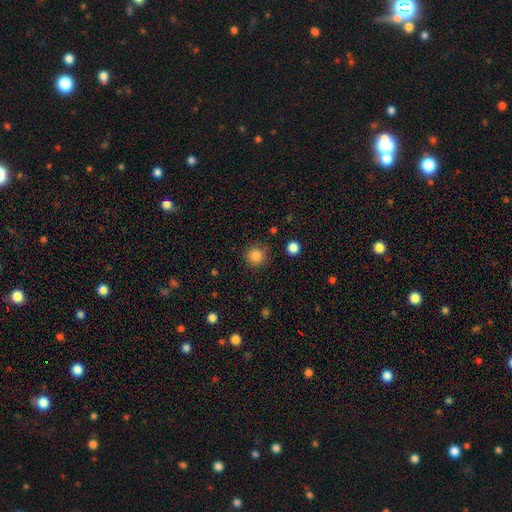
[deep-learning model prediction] A smooth galaxy with no disk features (86%) that is round (94%). Merging: none (86%).